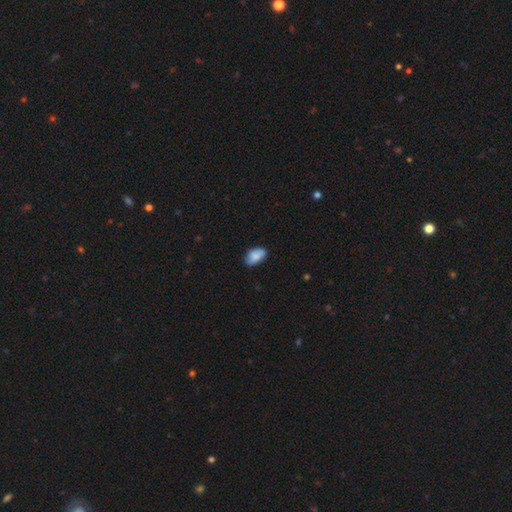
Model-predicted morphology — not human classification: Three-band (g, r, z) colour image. It shows a smooth galaxy with no disk features (83%) that is in between round and cigar-shaped (93%). Merging: none (78%).